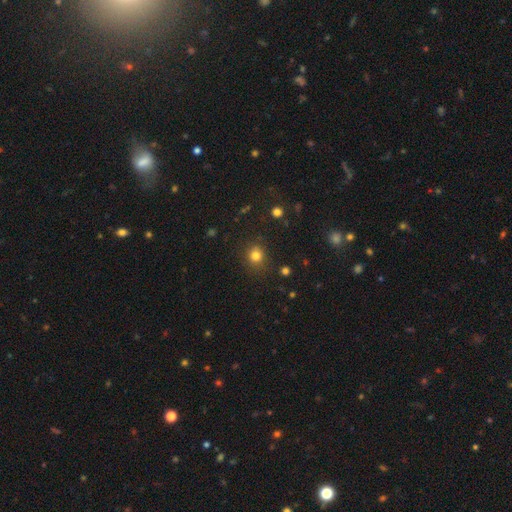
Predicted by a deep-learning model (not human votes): This appears to be a smooth galaxy with no disk features (80%) that is round (82%). Merging: none (85%).